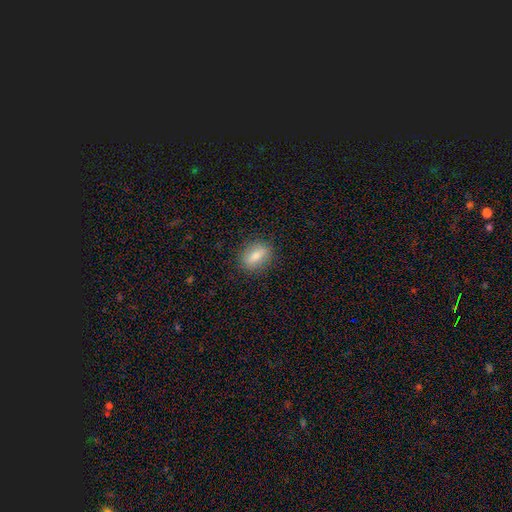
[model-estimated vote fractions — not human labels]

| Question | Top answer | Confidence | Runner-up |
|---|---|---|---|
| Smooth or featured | smooth | 78% | featured or disk (14%) |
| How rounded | in between | 75% | round (20%) |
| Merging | none | 85% | minor disturbance (10%) |